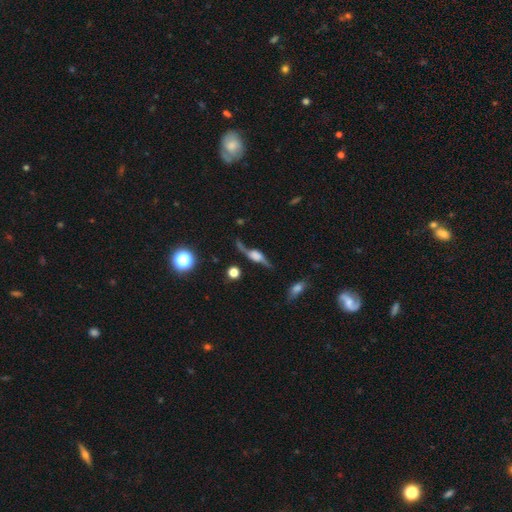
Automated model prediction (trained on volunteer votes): This is likely a featured or disk galaxy (77%). It is likely viewed edge-on (62%). Merging: likely none (61%).